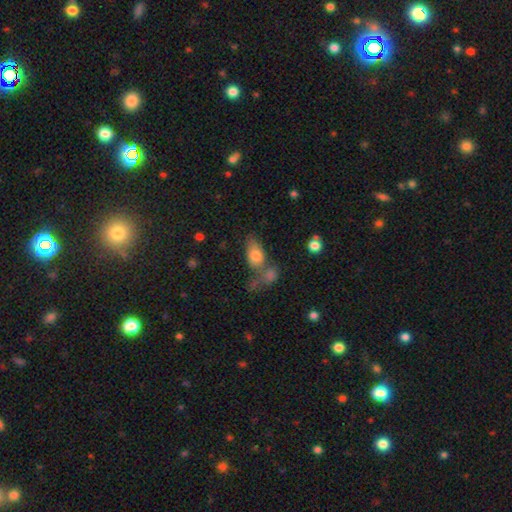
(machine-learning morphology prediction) The model was most divided on "merging": merger: 39%, none: 38%, minor disturbance: 14%, major disturbance: 9%. More confident: how rounded — in between (86%); smooth or featured — smooth (77%).